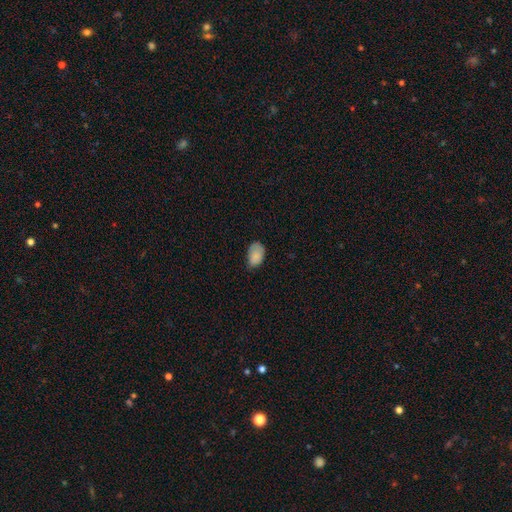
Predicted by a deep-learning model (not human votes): A smooth galaxy with no disk features (86%) that is in between round and cigar-shaped (90%).

Vote fractions:
- Smooth or featured? smooth: 86% / star or artifact: 8% / featured or disk: 7%
- How rounded? in between: 90% / round: 9% / cigar-shaped: 1%
- Merging? none: 58% / minor disturbance: 34% / major disturbance: 7% / merger: 1%